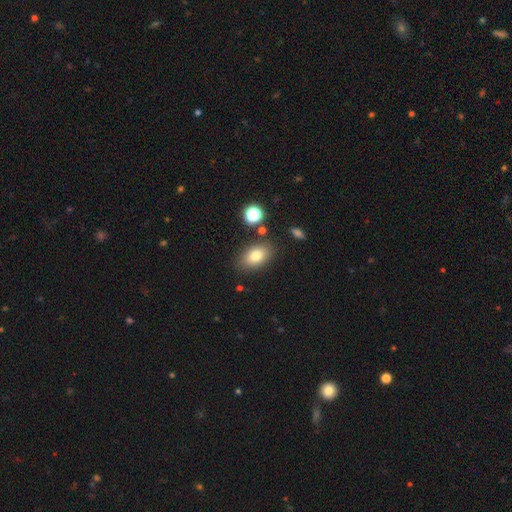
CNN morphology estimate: smooth-or-featured: smooth: 79% | featured or disk: 11% | star or artifact: 10%
  how-rounded: in between: 87% | round: 11% | cigar-shaped: 2%
  merging: none: 82% | minor disturbance: 11% | merger: 4% | major disturbance: 3%